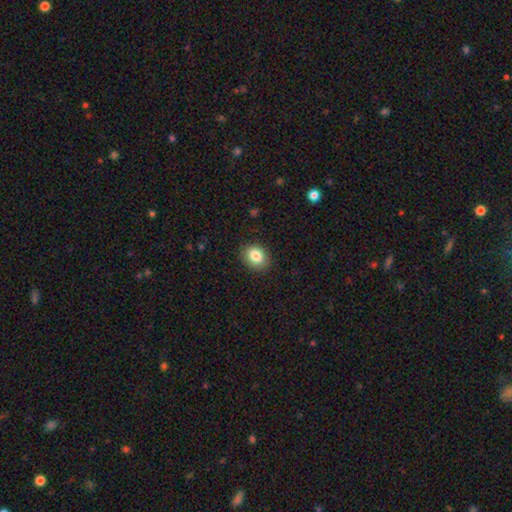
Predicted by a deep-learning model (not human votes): Smooth or featured: smooth — 84% (star or artifact — 9%)
How rounded: in between — 54% (round — 45%)
Merging: none — 88% (minor disturbance — 9%)